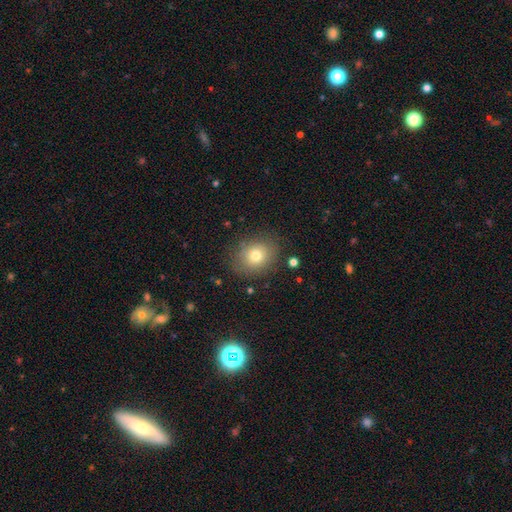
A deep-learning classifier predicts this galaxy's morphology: A smooth galaxy with no disk features (76%) that is round (62%). Merging: none (81%).